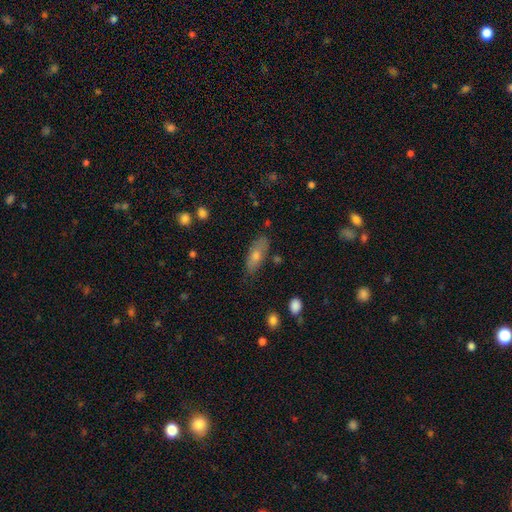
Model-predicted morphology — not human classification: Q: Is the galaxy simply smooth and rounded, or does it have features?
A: smooth — 66%.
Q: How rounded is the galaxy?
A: in between — 66%.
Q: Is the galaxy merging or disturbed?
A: none — 76%.